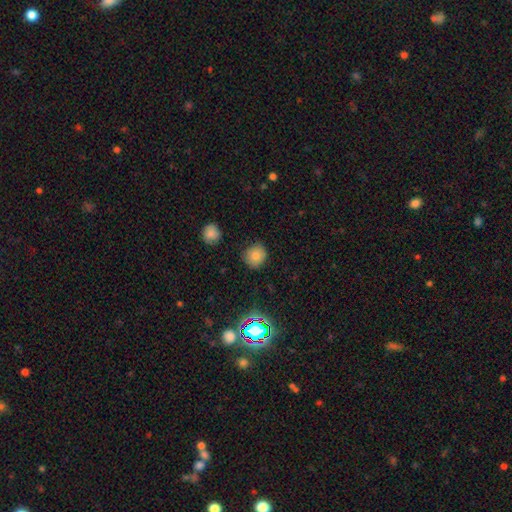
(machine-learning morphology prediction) The model was most divided on "smooth or featured": smooth: 79%, star or artifact: 15%, featured or disk: 6%. More confident: how rounded — round (89%); merging — none (85%).